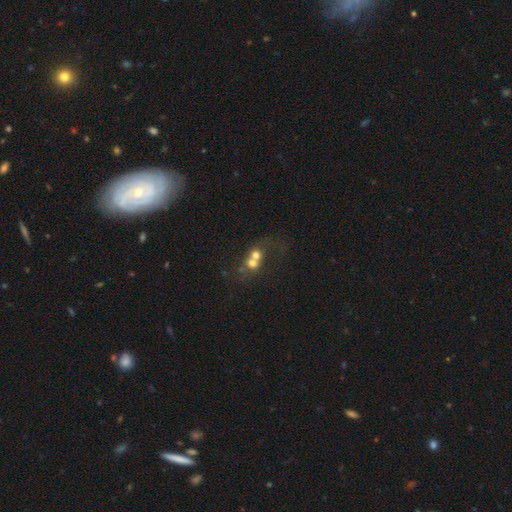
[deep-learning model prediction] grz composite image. It shows a smooth galaxy with no disk features (57%) that is round (71%). Merging: merger (70%).